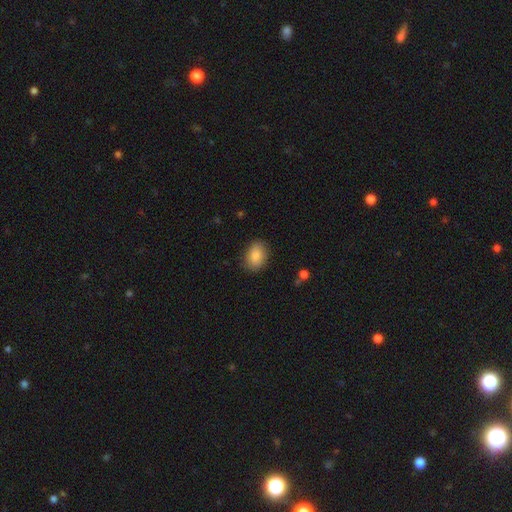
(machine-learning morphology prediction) Smooth or featured: smooth — 87% (star or artifact — 7%)
How rounded: in between — 76% (round — 23%)
Merging: none — 84% (minor disturbance — 12%)